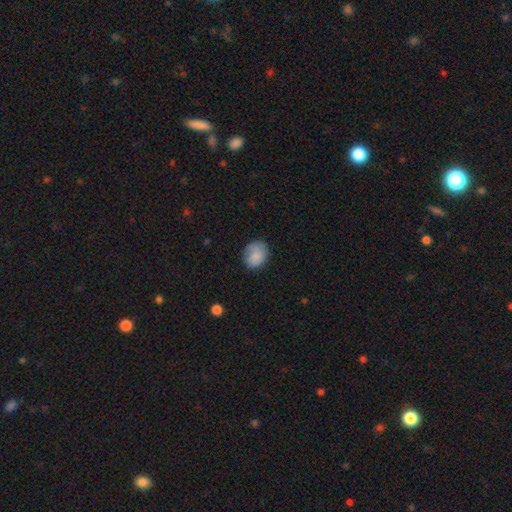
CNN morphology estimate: This is clearly a smooth galaxy (85%). How rounded: possibly round (50%). Merging: likely none (72%).